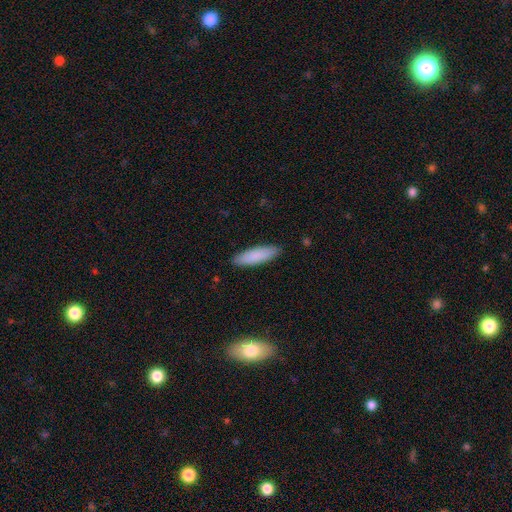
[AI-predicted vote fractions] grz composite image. It shows a smooth galaxy with no disk features (87%) that is cigar-shaped (55%). Merging: none (90%).